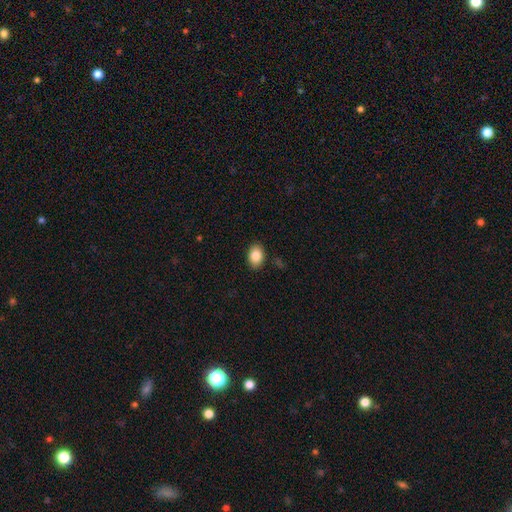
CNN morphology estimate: Smooth or featured: smooth — 86% (star or artifact — 8%)
How rounded: in between — 83% (round — 16%)
Merging: none — 89% (minor disturbance — 8%)